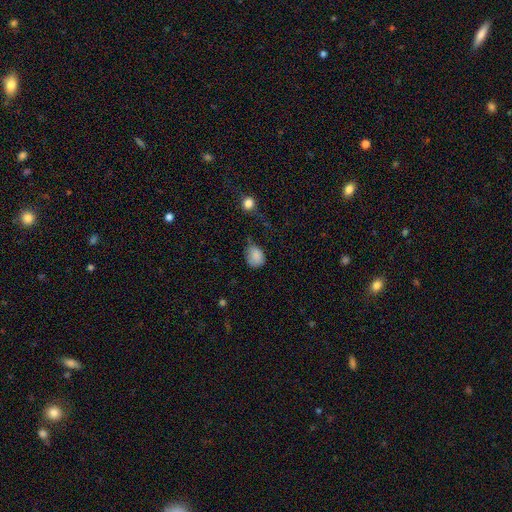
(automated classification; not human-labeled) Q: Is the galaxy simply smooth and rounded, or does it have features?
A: smooth — 84%.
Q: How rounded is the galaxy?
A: in between — 52%.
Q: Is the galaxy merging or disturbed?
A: none — 53%.